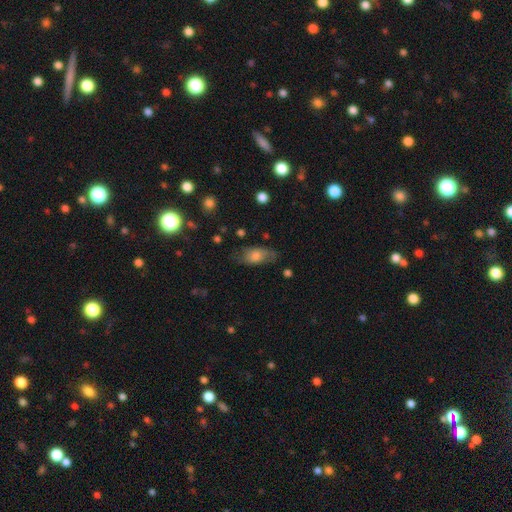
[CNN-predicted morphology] smooth_or_featured: smooth (p=0.65) [alt: featured or disk p=0.27]
how_rounded: in between (p=0.86) [alt: cigar-shaped p=0.08]
merging: none (p=0.66) [alt: minor disturbance p=0.23]